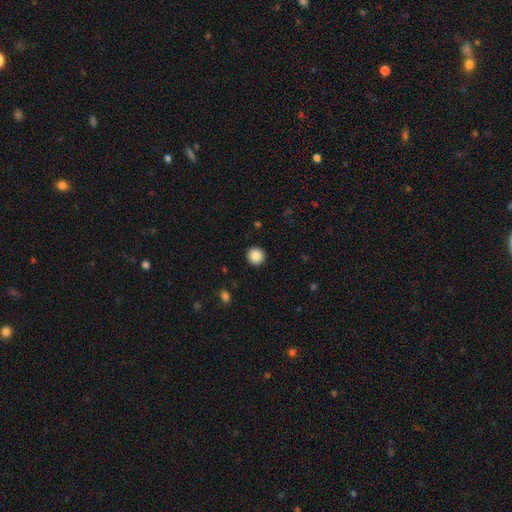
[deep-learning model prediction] smooth_or_featured: smooth (p=0.87) [alt: star or artifact p=0.09]
how_rounded: round (p=0.95) [alt: in between p=0.04]
merging: none (p=0.93) [alt: minor disturbance p=0.04]